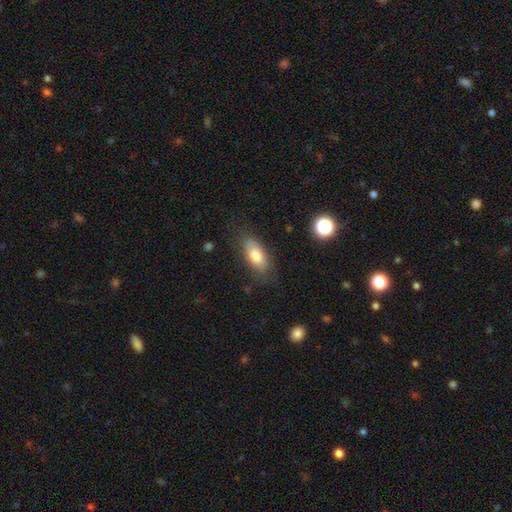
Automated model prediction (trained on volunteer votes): Smooth or featured? smooth (74%)
How rounded? in between (86%)
Merging? none (75%)